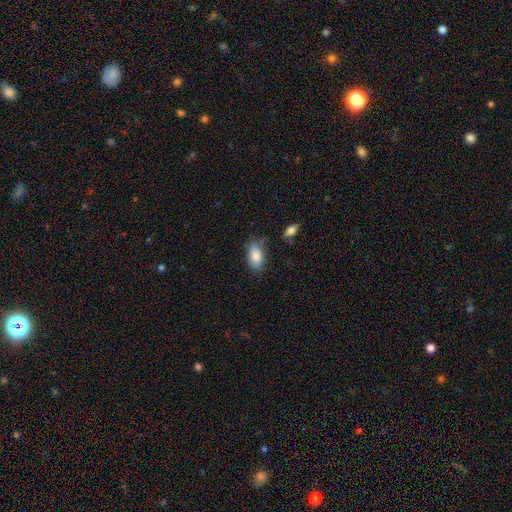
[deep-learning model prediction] The model was most divided on "merging": none: 74%, minor disturbance: 19%, major disturbance: 4%, merger: 3%. More confident: how rounded — in between (92%); smooth or featured — smooth (86%).